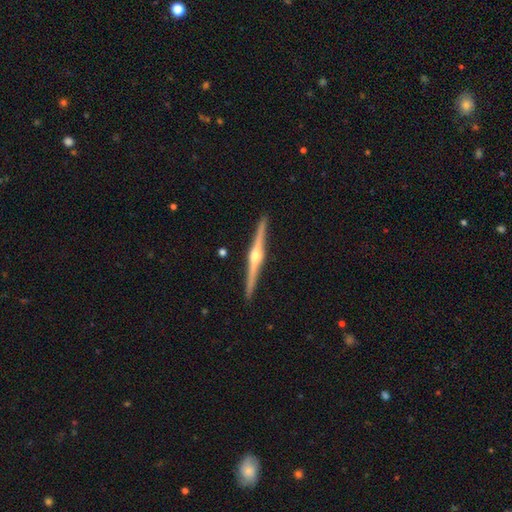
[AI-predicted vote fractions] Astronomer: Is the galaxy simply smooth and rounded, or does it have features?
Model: featured or disk — 87%.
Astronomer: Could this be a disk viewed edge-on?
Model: yes — 99%.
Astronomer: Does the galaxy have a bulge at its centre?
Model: rounded — 93%.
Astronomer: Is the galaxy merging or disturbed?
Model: none — 93%.